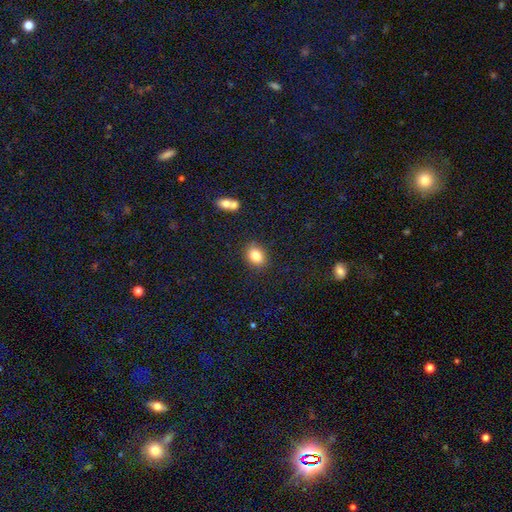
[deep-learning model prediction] This is clearly a smooth galaxy (83%). How rounded: possibly in between (59%). Merging: clearly none (84%).